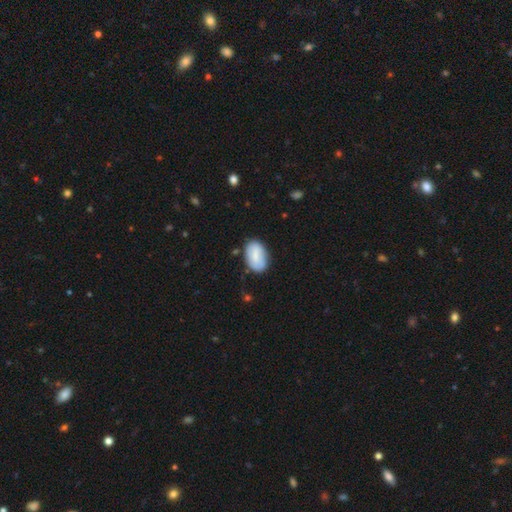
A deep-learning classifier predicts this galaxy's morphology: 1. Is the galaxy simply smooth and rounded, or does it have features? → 74% smooth, 19% featured or disk, 6% star or artifact.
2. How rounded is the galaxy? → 92% in between, 7% round, 1% cigar-shaped.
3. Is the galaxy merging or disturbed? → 77% none, 17% minor disturbance, 4% major disturbance, 2% merger.